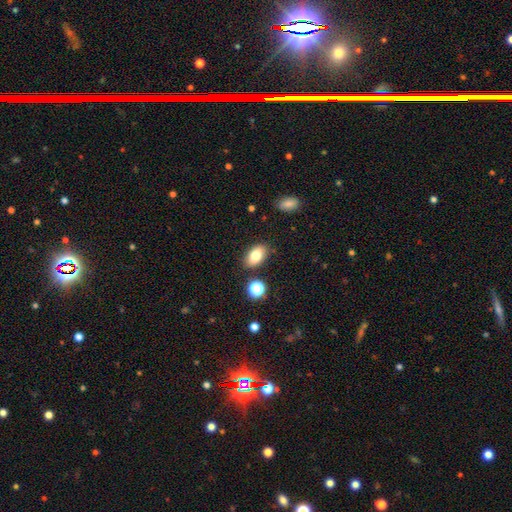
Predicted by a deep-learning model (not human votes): Smooth or featured: smooth — 78% (featured or disk — 12%)
How rounded: in between — 89% (round — 9%)
Merging: none — 84% (minor disturbance — 10%)